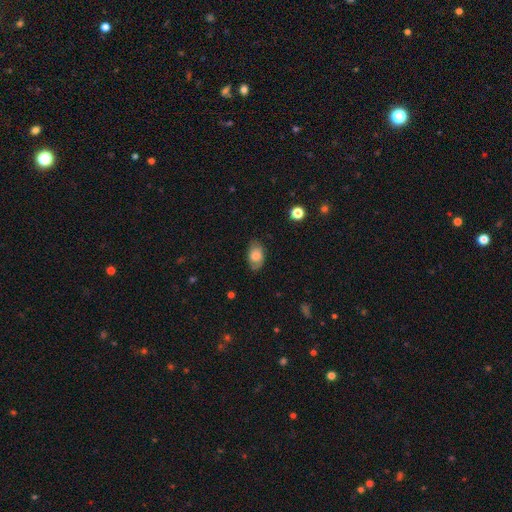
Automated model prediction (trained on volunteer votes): Smooth or featured? Predicted: smooth (p=0.65). How rounded? Predicted: in between (p=0.88). Merging? Predicted: none (p=0.74).